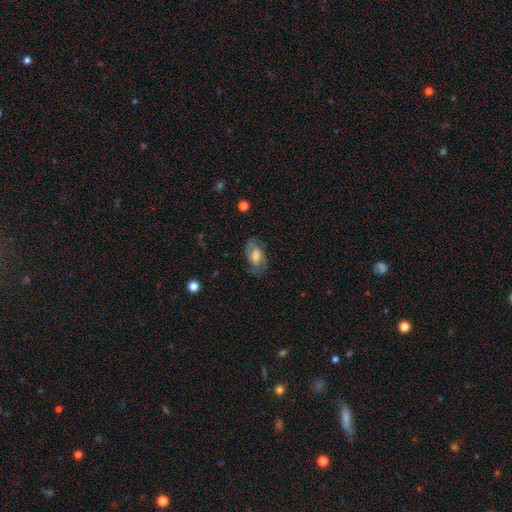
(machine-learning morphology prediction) Smooth or featured? Predicted: featured or disk (p=0.50). Edge-on disk? Predicted: no (p=0.93). Merging? Predicted: none (p=0.71).